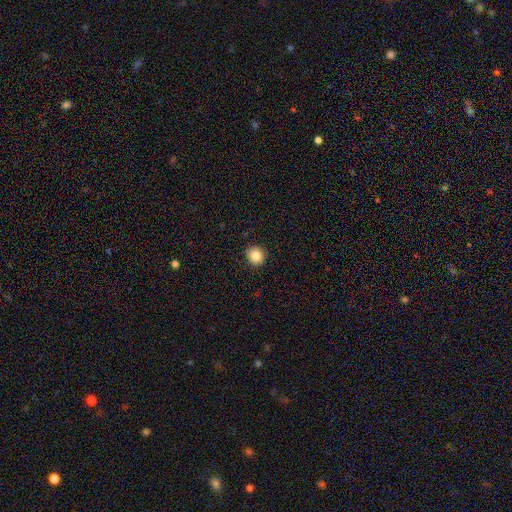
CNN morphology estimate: Smooth or featured? smooth (84%)
How rounded? round (92%)
Merging? none (91%)